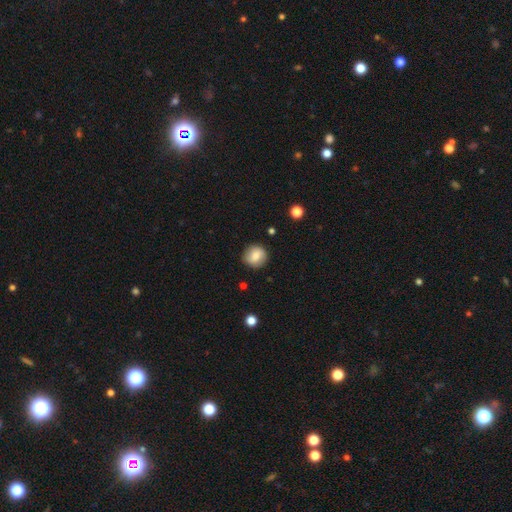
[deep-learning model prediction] Q: Smooth or featured?
A: smooth (78%); runner-up: featured or disk (14%)
Q: How rounded?
A: round (90%); runner-up: in between (9%)
Q: Merging?
A: none (87%); runner-up: minor disturbance (9%)